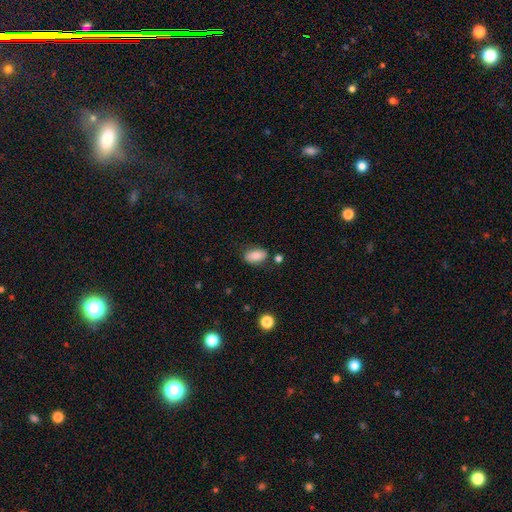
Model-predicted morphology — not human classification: The model was most divided on "merging": none: 76%, minor disturbance: 15%, merger: 5%, major disturbance: 4%. More confident: how rounded — in between (91%); smooth or featured — smooth (84%).